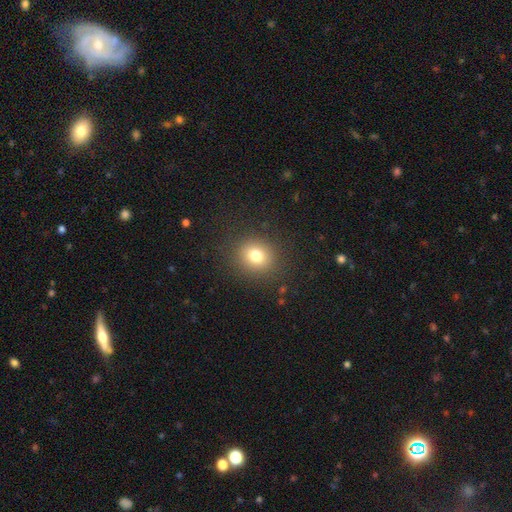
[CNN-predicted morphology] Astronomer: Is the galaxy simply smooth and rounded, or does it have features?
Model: smooth — 77%.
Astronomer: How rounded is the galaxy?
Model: round — 81%.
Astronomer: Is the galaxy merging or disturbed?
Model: none — 88%.